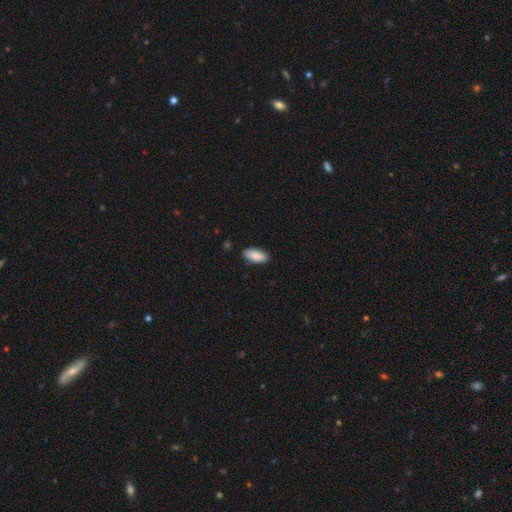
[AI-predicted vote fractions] Morphology: type=smooth (87%); roundness=in between (90%); merging=none (87%).